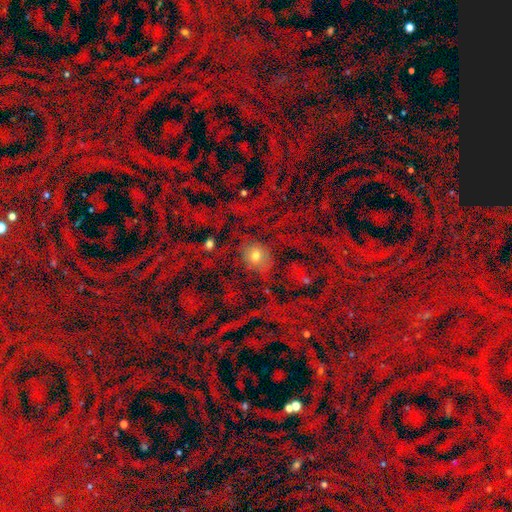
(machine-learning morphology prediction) smooth_or_featured: star or artifact (p=0.49) [alt: smooth p=0.33]